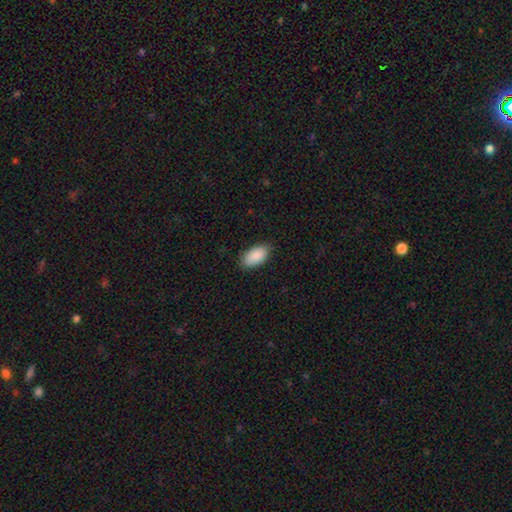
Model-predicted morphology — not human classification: type=smooth (89%); roundness=in between (95%); merging=none (84%).